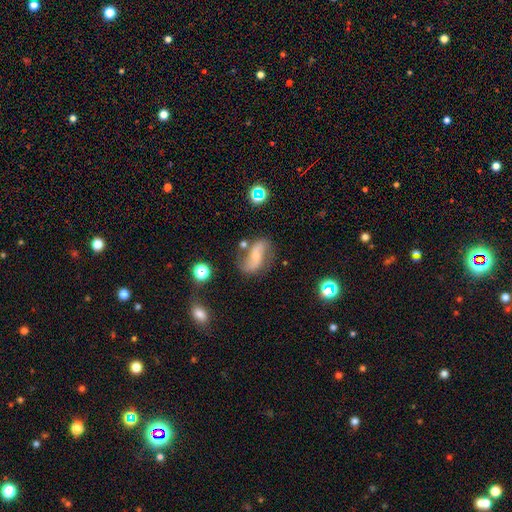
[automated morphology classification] The model was most divided on "bar": no: 41%, weak: 30%, strong: 29%. More confident: edge-on disk — no (94%); spiral arms — yes (89%); spiral arm count — 2 (89%); smooth or featured — featured or disk (71%); merging — none (64%); bulge size — small (63%); spiral winding — loose (58%).